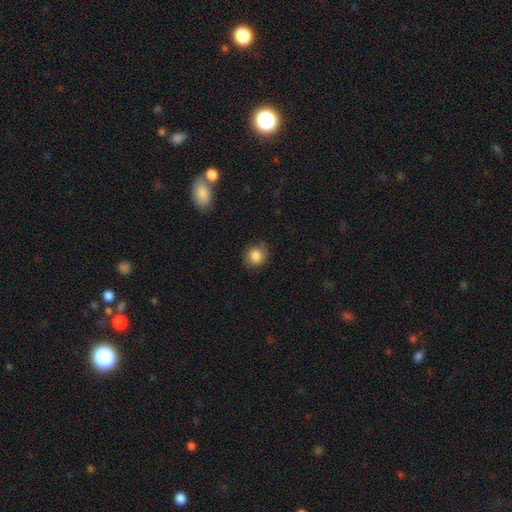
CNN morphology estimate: Overall: smooth (85%). How rounded: round (71%). Merging: none (77%).